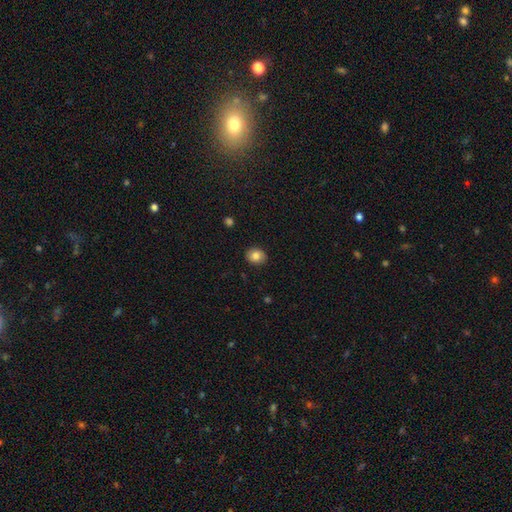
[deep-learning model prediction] Smooth or featured? smooth (82%)
How rounded? round (60%)
Merging? none (89%)